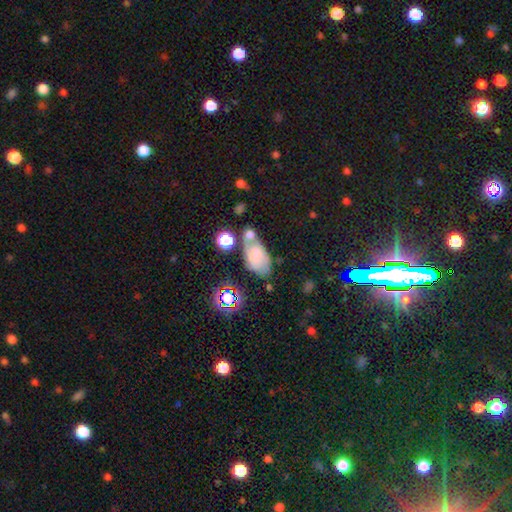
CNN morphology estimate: smooth-or-featured: smooth: 60% | featured or disk: 26% | star or artifact: 14%
  how-rounded: in between: 89% | round: 8% | cigar-shaped: 3%
  merging: none: 35% | merger: 34% | minor disturbance: 20% | major disturbance: 11%